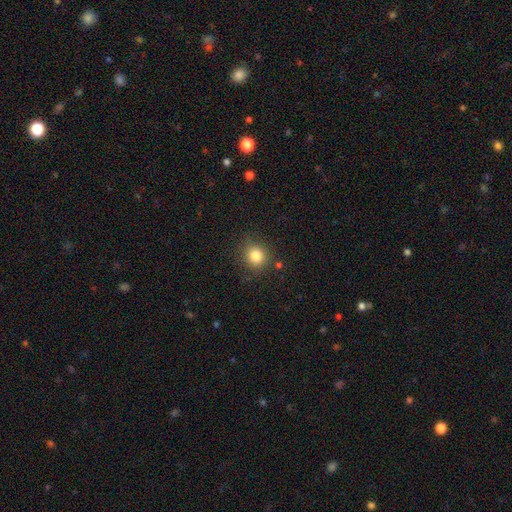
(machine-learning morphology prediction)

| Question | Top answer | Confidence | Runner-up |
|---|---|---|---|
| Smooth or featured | smooth | 82% | star or artifact (12%) |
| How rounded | round | 87% | in between (13%) |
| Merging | none | 86% | minor disturbance (9%) |